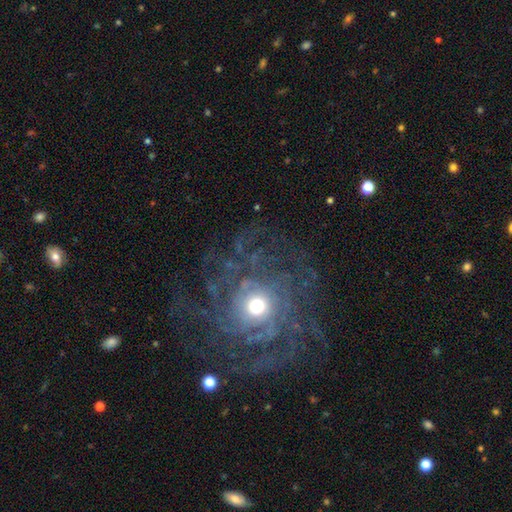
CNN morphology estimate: smooth-or-featured: featured or disk: 80% | star or artifact: 12% | smooth: 9%
  disk-edge-on: no: 97% | yes: 3%
    bar: no: 77% | weak: 17% | strong: 6%
    has-spiral-arms: yes: 92% | no: 8%
      spiral-winding: tight: 70% | medium: 23% | loose: 7%
      spiral-arm-count: can't tell: 34% | more than 4: 24% | 4: 14% | 3: 12% | 2: 9% | 1: 7%
    bulge-size: moderate: 63% | small: 25% | large: 10% | dominant: 1% | none: 1%
  merging: none: 78% | minor disturbance: 11% | major disturbance: 9% | merger: 1%